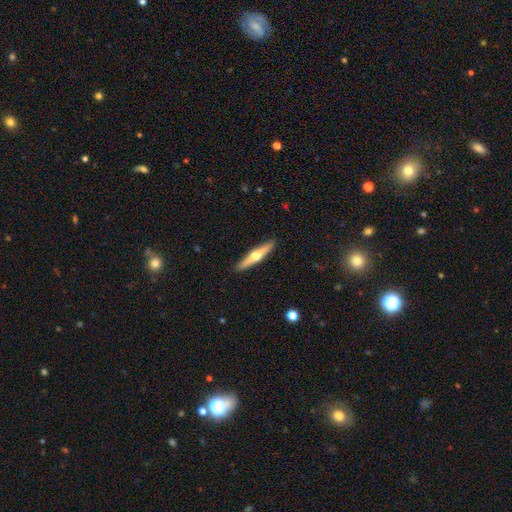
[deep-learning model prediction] This appears to be a featured or disk galaxy (62%) viewed edge-on (96%) with a rounded central bulge (95%). Merging: none (91%).